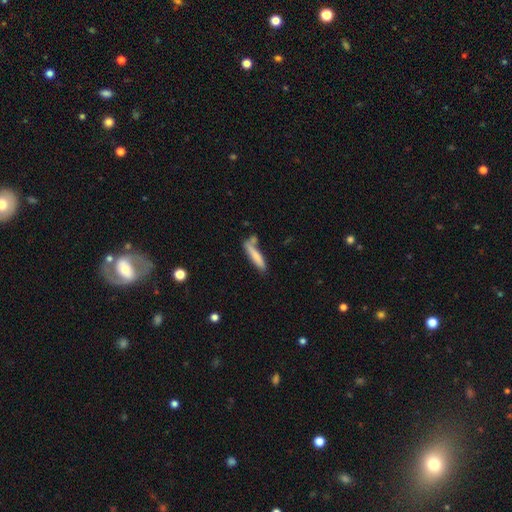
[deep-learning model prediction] Smooth or featured? Predicted: smooth (p=0.75). How rounded? Predicted: cigar-shaped (p=0.86). Merging? Predicted: none (p=0.60).